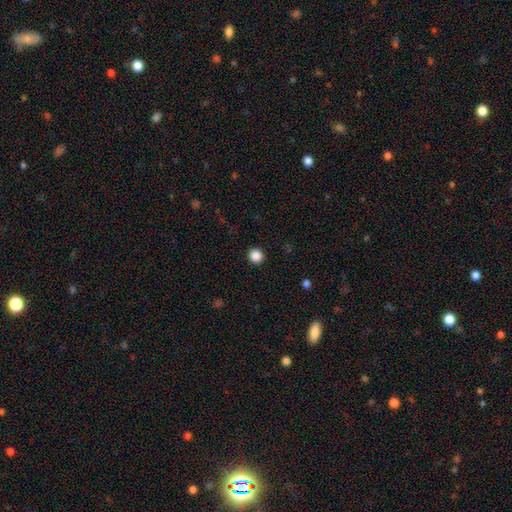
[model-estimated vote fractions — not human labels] Q: Smooth or featured?
A: smooth (87%); runner-up: star or artifact (10%)
Q: How rounded?
A: round (91%); runner-up: in between (8%)
Q: Merging?
A: none (92%); runner-up: minor disturbance (5%)